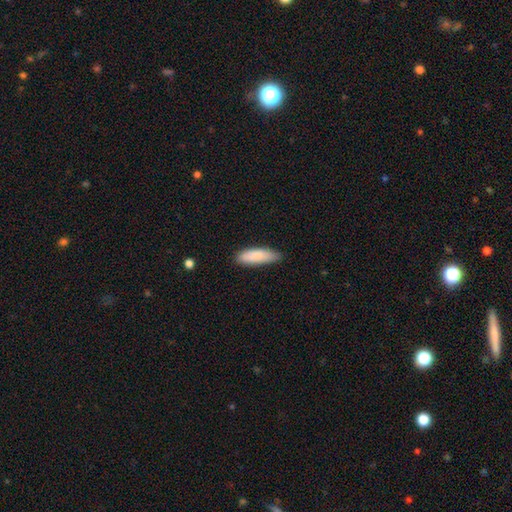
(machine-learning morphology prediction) Smooth or featured? smooth (86%)
How rounded? in between (50%)
Merging? none (81%)